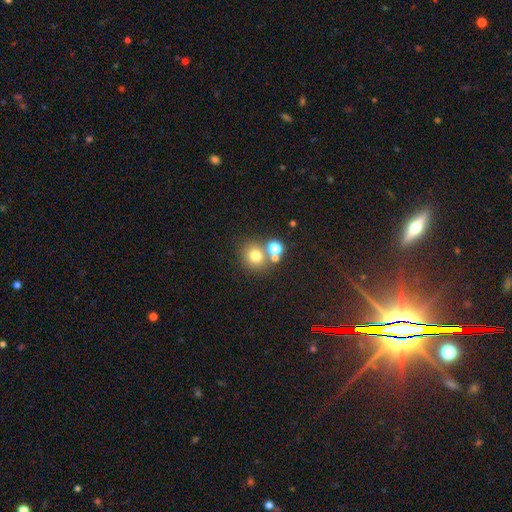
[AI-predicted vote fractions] smooth_or_featured: smooth (p=0.73) [alt: star or artifact p=0.17]
how_rounded: round (p=0.85) [alt: in between p=0.14]
merging: none (p=0.63) [alt: merger p=0.25]